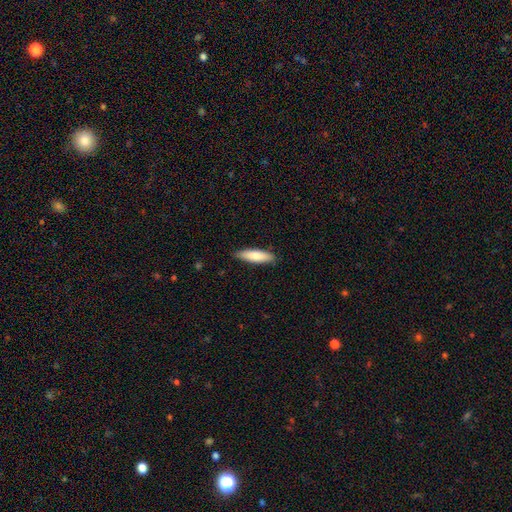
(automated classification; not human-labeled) A smooth galaxy with no disk features (80%) that is cigar-shaped (61%).

Vote fractions:
- Smooth or featured? smooth: 80% / featured or disk: 14% / star or artifact: 5%
- How rounded? cigar-shaped: 61% / in between: 37% / round: 1%
- Merging? none: 87% / minor disturbance: 11% / major disturbance: 2% / merger: 1%